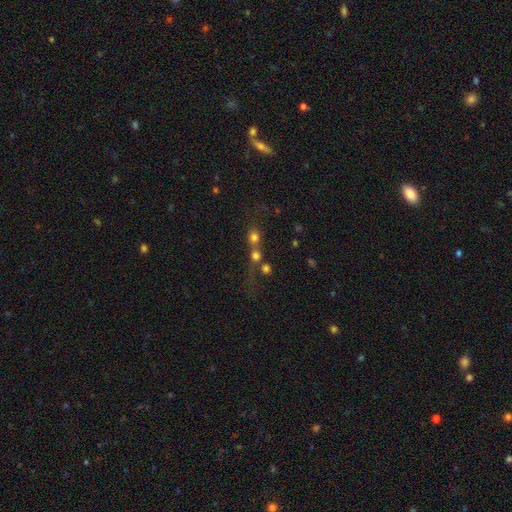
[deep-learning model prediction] Smooth or featured: smooth — 69% (star or artifact — 18%)
How rounded: round — 82% (in between — 16%)
Merging: merger — 55% (none — 34%)